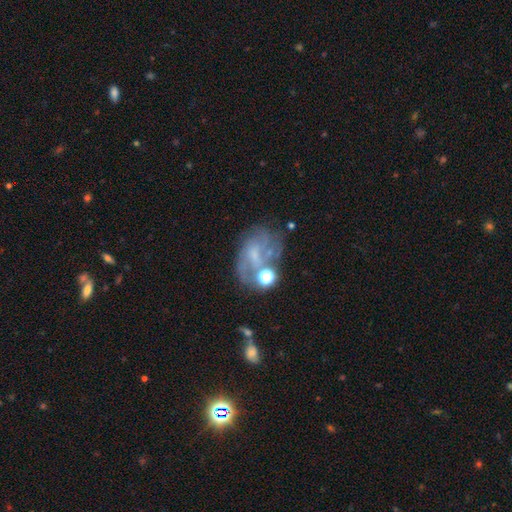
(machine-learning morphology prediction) type=featured or disk (60%); edge-on=no (97%); bar=no (58%); spiral arms=yes (62%); bulge=small (43%); merging=none (44%).